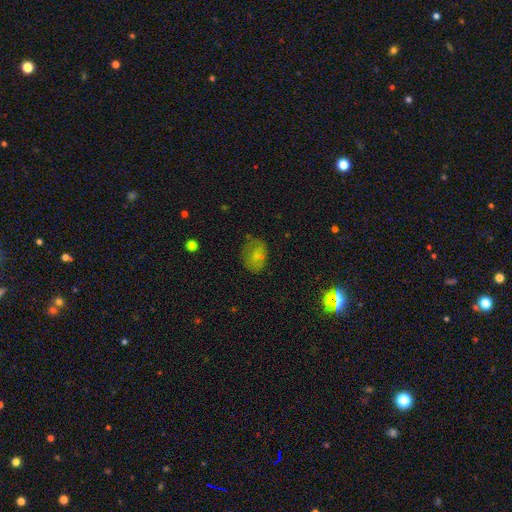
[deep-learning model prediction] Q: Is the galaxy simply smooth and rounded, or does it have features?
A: smooth — 60%.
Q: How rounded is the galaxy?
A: in between — 72%.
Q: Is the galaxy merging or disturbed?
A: none — 58%.